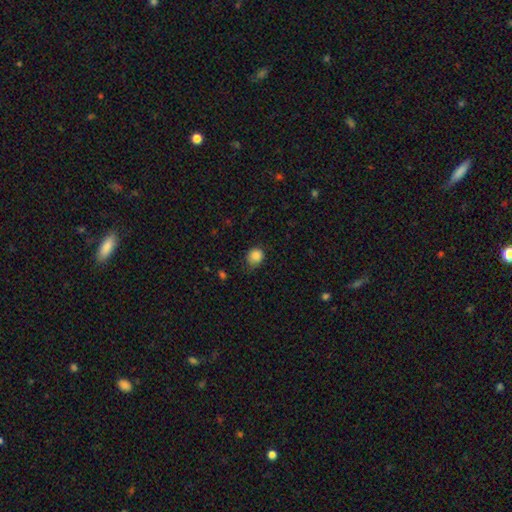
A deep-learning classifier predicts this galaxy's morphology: The model was most divided on "merging": none: 61%, minor disturbance: 31%, major disturbance: 7%, merger: 1%. More confident: smooth or featured — smooth (85%); how rounded — round (75%).